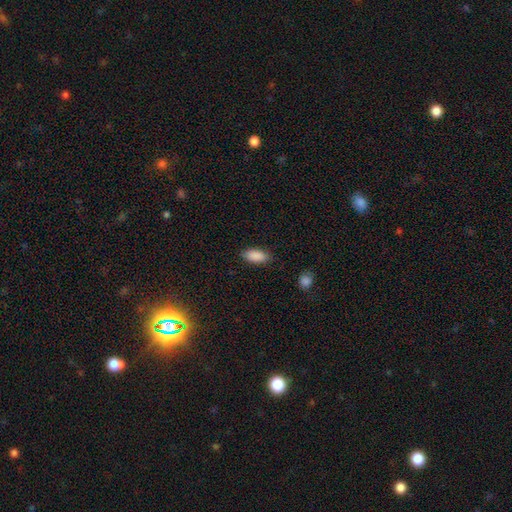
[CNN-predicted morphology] Smooth or featured: smooth — 89% (star or artifact — 7%)
How rounded: in between — 89% (cigar-shaped — 9%)
Merging: none — 85% (minor disturbance — 11%)